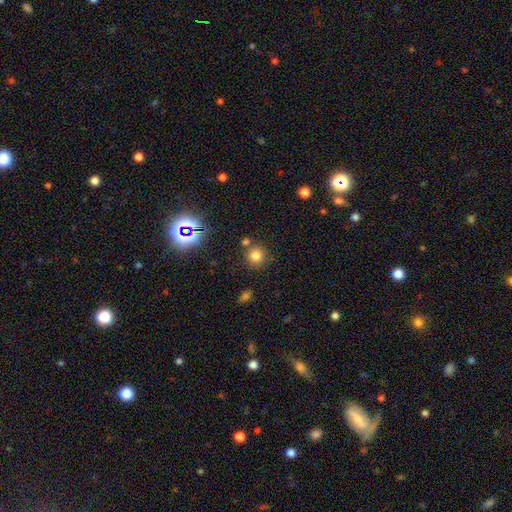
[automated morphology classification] Smooth or featured?
  - smooth: 75% *
  - star or artifact: 18%
  - featured or disk: 7%
How rounded?
  - round: 91% *
  - in between: 7%
  - cigar-shaped: 1%
Merging?
  - none: 74% *
  - merger: 13%
  - minor disturbance: 9%
  - major disturbance: 3%